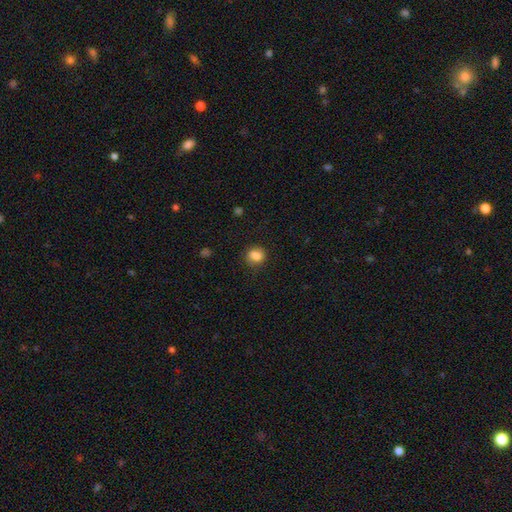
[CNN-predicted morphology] This is clearly a smooth galaxy (83%). How rounded: likely round (60%). Merging: likely none (73%).